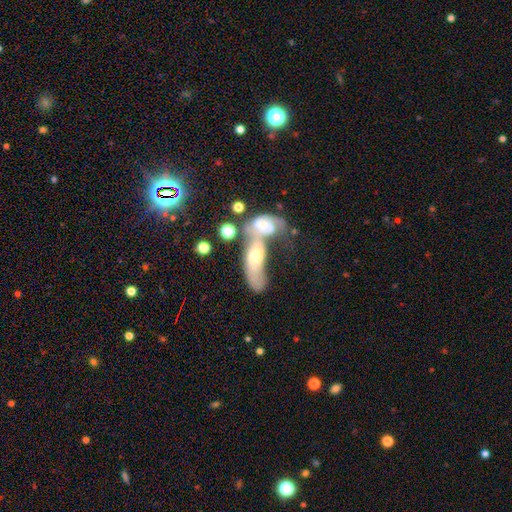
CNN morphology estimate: Smooth or featured? Predicted: featured or disk (p=0.46, tied with smooth). Merging? Predicted: merger (p=0.65).